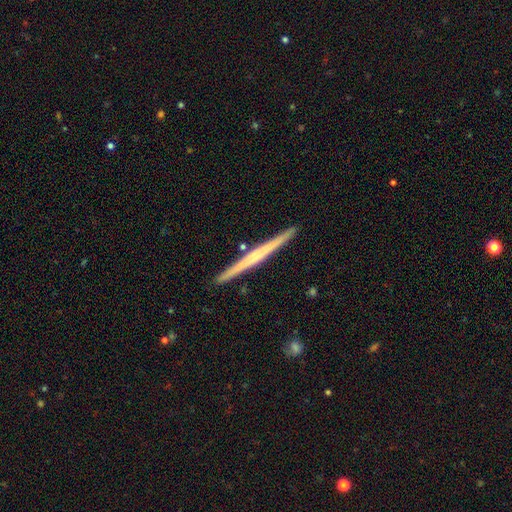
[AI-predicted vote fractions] smooth_or_featured: featured or disk (p=0.60) [alt: smooth p=0.35]
disk_edge_on: yes (p=0.98) [alt: no p=0.02]
edge_on_bulge: none (p=0.67) [alt: rounded p=0.25]
merging: none (p=0.92) [alt: minor disturbance p=0.06]